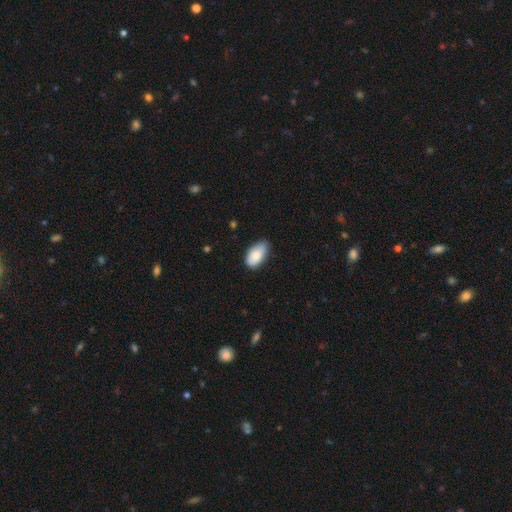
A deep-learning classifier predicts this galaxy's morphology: A smooth galaxy with no disk features (83%) that is in between round and cigar-shaped (94%). Merging: none (66%).